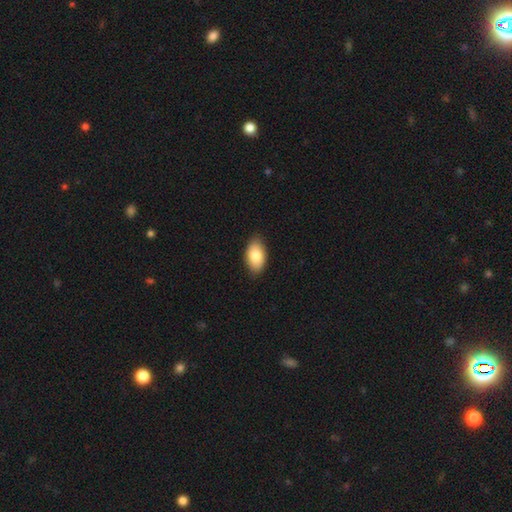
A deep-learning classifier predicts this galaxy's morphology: smooth-or-featured: smooth: 83% | featured or disk: 10% | star or artifact: 6%
  how-rounded: in between: 93% | round: 5% | cigar-shaped: 2%
  merging: none: 87% | minor disturbance: 10% | major disturbance: 2% | merger: 1%